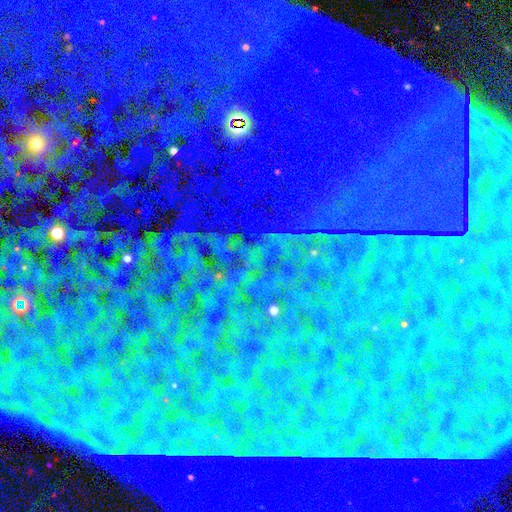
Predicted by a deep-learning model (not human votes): Q: Smooth or featured?
A: star or artifact (85%); runner-up: smooth (8%)